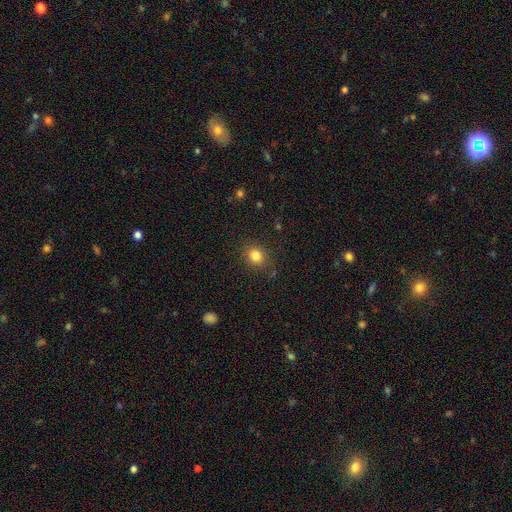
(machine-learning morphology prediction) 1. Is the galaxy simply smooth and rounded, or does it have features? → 83% smooth, 12% star or artifact, 5% featured or disk.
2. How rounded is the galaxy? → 67% round, 32% in between, 1% cigar-shaped.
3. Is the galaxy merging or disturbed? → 85% none, 10% minor disturbance, 3% major disturbance, 2% merger.